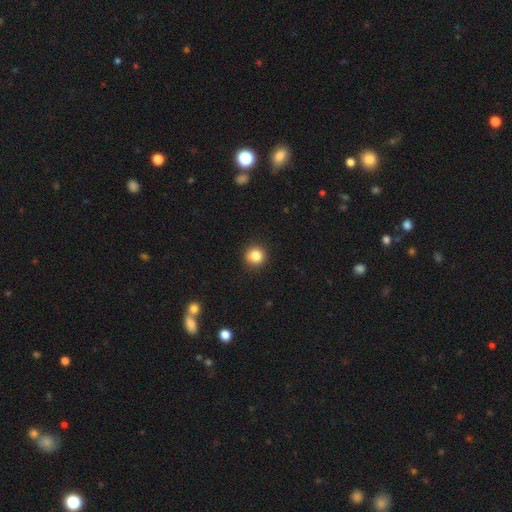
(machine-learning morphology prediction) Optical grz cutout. It shows a smooth galaxy with no disk features (84%) that is round (94%). Merging: none (92%).